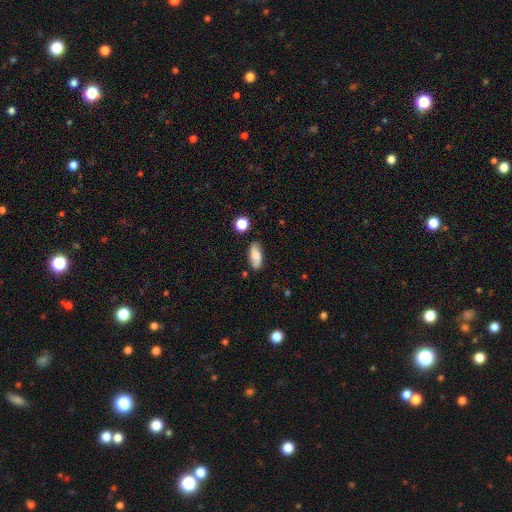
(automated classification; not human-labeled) A smooth galaxy with no disk features (63%) that is in between round and cigar-shaped (82%).

Vote fractions:
- Smooth or featured? smooth: 63% / featured or disk: 29% / star or artifact: 8%
- How rounded? in between: 82% / cigar-shaped: 14% / round: 4%
- Merging? none: 80% / minor disturbance: 14% / major disturbance: 3% / merger: 3%